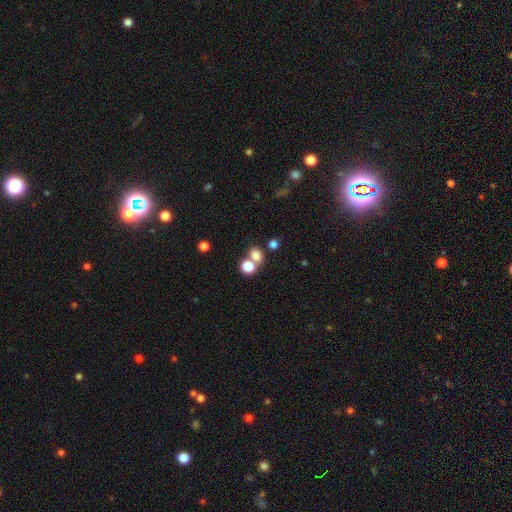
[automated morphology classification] smooth-or-featured: smooth: 78% | star or artifact: 13% | featured or disk: 9%
  how-rounded: round: 63% | in between: 36% | cigar-shaped: 1%
  merging: none: 47% | merger: 42% | minor disturbance: 7% | major disturbance: 4%